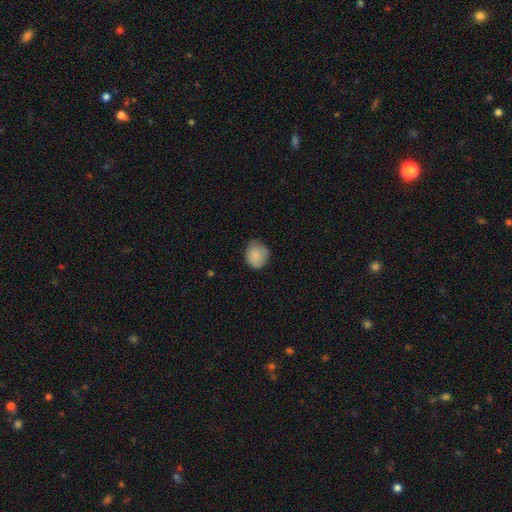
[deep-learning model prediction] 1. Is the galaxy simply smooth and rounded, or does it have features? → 86% smooth, 7% star or artifact, 6% featured or disk.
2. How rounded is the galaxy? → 75% round, 24% in between, 1% cigar-shaped.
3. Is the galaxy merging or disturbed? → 69% none, 25% minor disturbance, 4% major disturbance, 1% merger.